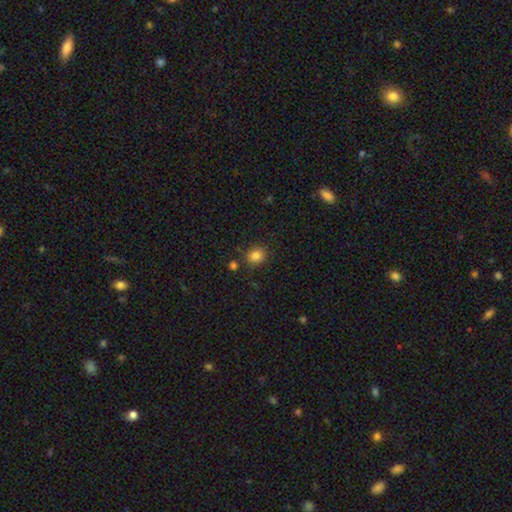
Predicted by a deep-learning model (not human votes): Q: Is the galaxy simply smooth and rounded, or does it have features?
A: smooth — 83%.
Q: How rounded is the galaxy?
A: round — 68%.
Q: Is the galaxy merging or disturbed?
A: none — 80%.